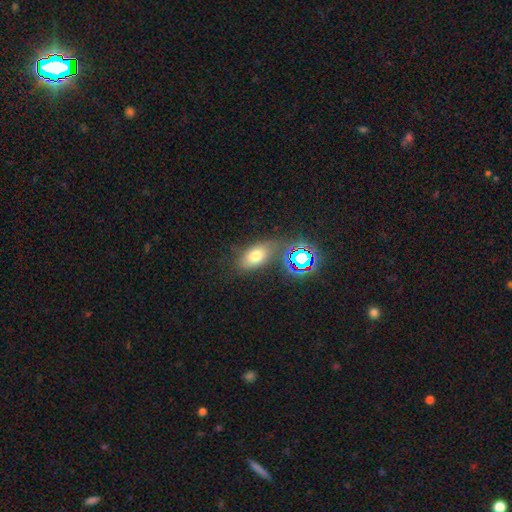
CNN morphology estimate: A smooth galaxy with no disk features (64%) that is in between round and cigar-shaped (82%).

Vote fractions:
- Smooth or featured? smooth: 64% / star or artifact: 21% / featured or disk: 15%
- How rounded? in between: 82% / round: 14% / cigar-shaped: 4%
- Merging? none: 72% / minor disturbance: 15% / merger: 7% / major disturbance: 6%